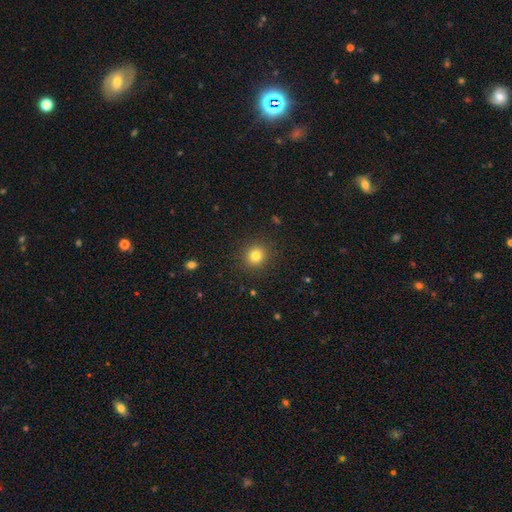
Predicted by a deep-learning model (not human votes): Smooth or featured? smooth (81%)
How rounded? round (89%)
Merging? none (91%)